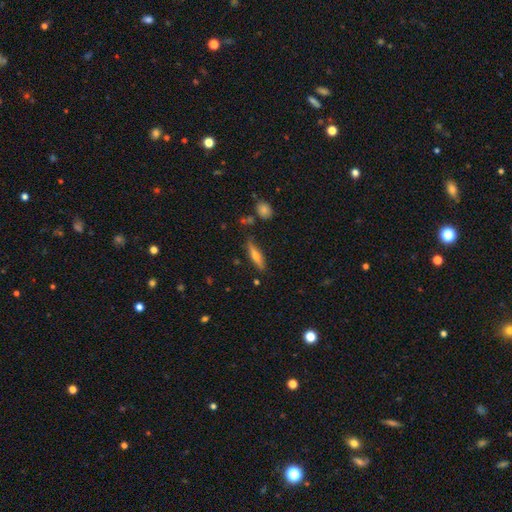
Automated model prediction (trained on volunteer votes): A smooth galaxy with no disk features (53%) that is cigar-shaped (76%).

Vote fractions:
- Smooth or featured? smooth: 53% / featured or disk: 40% / star or artifact: 7%
- How rounded? cigar-shaped: 76% / in between: 22% / round: 2%
- Merging? none: 81% / minor disturbance: 13% / merger: 3% / major disturbance: 3%